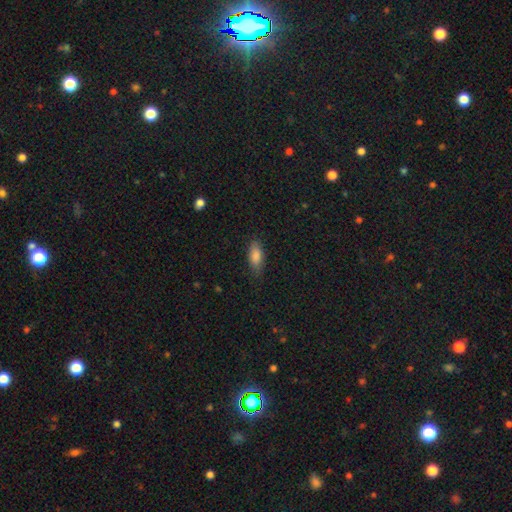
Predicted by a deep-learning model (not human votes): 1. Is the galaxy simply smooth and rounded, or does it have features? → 84% smooth, 8% featured or disk, 7% star or artifact.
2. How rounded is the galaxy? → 81% in between, 16% cigar-shaped, 3% round.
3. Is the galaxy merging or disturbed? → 79% none, 16% minor disturbance, 4% major disturbance, 1% merger.